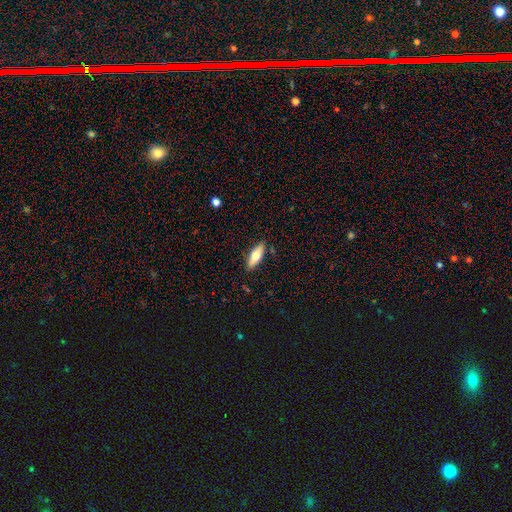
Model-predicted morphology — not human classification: Smooth or featured: smooth — 64% (featured or disk — 30%)
How rounded: in between — 62% (cigar-shaped — 36%)
Merging: none — 87% (minor disturbance — 10%)